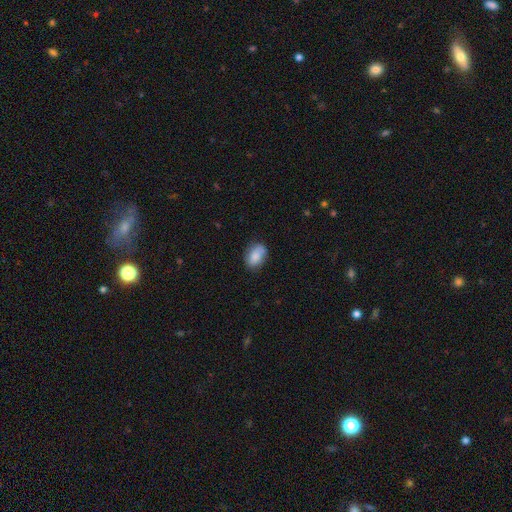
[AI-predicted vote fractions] The model was most divided on "merging": none: 72%, minor disturbance: 22%, major disturbance: 5%, merger: 2%. More confident: how rounded — in between (83%); smooth or featured — smooth (81%).